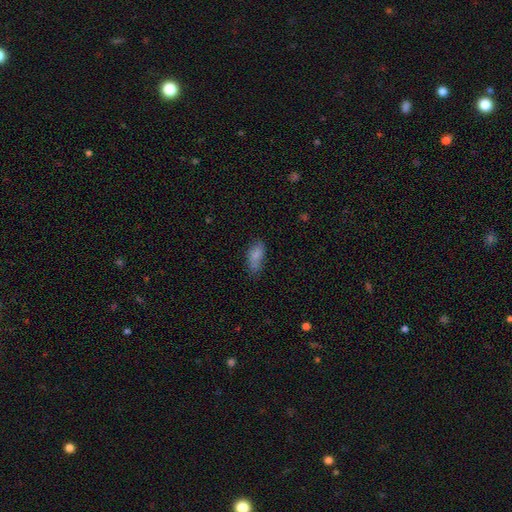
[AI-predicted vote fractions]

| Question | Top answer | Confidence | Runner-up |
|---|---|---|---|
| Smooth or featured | smooth | 81% | featured or disk (10%) |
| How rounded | in between | 87% | cigar-shaped (10%) |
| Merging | none | 60% | minor disturbance (28%) |